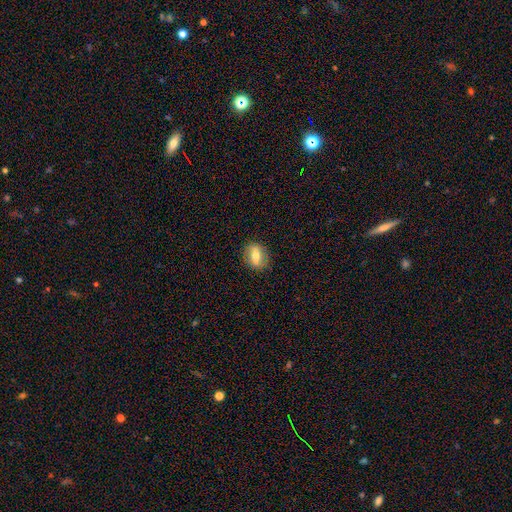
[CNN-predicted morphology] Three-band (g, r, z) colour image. It shows a smooth galaxy with no disk features (55%) that is in between round and cigar-shaped (61%). Merging: none (86%).